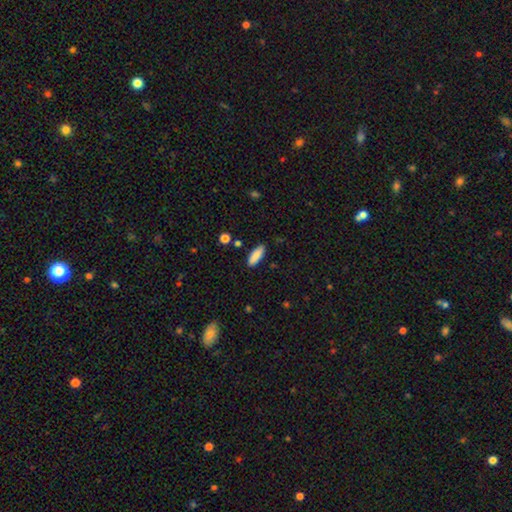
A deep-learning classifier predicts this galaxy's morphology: Smooth or featured? smooth (88%)
How rounded? in between (62%)
Merging? none (87%)